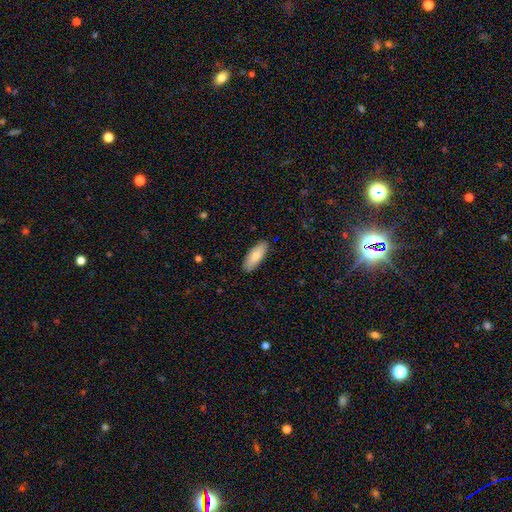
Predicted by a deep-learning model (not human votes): smooth 83%, featured or disk 11%, star or artifact 6%. Down the decision tree: how rounded — in between (72%); merging — none (89%).